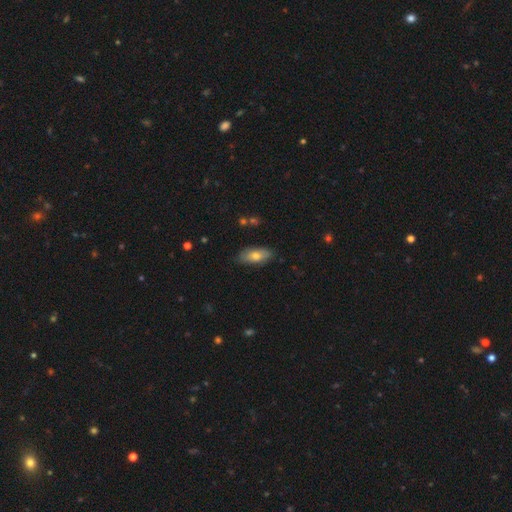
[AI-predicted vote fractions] This is likely a smooth galaxy (73%). How rounded: clearly in between (82%). Merging: clearly none (84%).